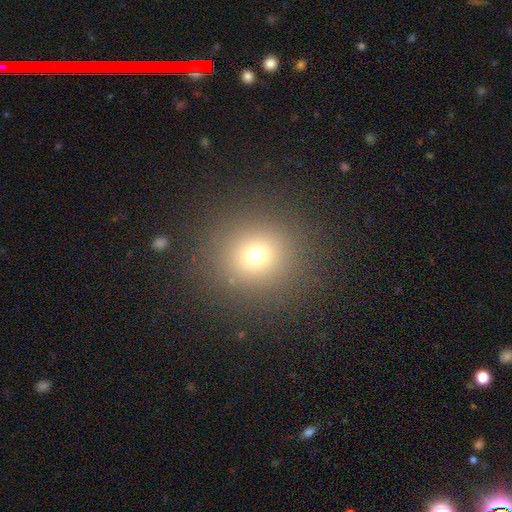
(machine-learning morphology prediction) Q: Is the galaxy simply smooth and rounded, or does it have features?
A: smooth — 70%.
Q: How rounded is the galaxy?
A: round — 91%.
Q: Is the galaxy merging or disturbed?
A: none — 89%.